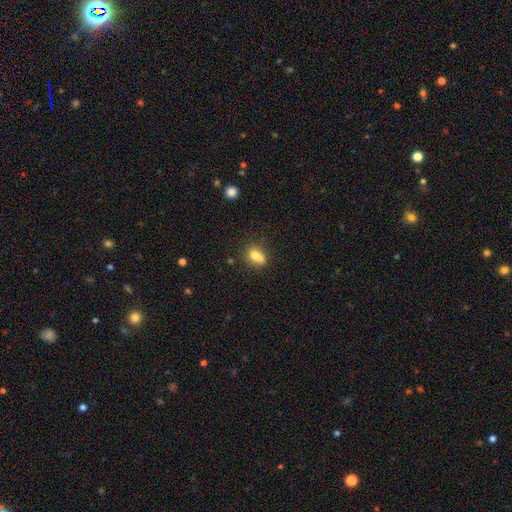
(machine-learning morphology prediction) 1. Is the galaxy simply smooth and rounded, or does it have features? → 74% smooth, 15% featured or disk, 11% star or artifact.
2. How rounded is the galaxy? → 55% in between, 42% round, 3% cigar-shaped.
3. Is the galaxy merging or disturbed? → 42% none, 34% merger, 17% minor disturbance, 7% major disturbance.